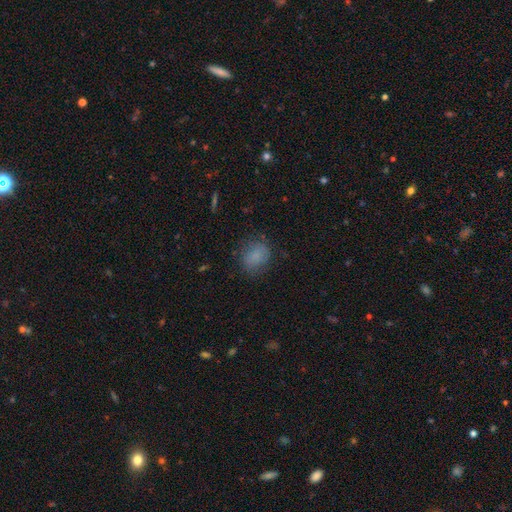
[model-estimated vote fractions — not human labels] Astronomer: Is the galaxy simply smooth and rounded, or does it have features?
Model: smooth — 80%.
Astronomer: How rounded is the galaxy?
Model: round — 53% (runner-up: in between, 45%).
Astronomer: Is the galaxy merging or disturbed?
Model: none — 73%.